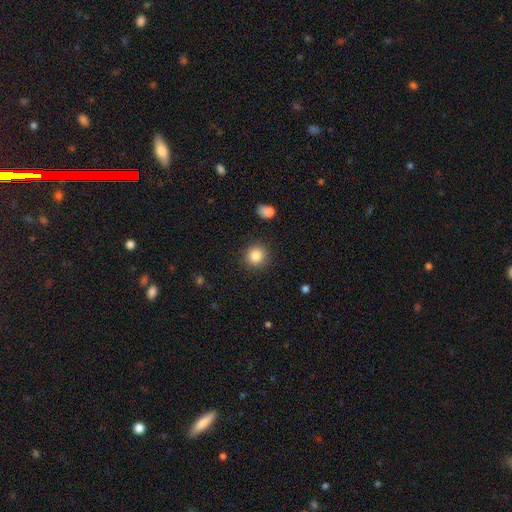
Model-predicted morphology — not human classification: Overall: smooth (86%). How rounded: round (92%). Merging: none (89%).